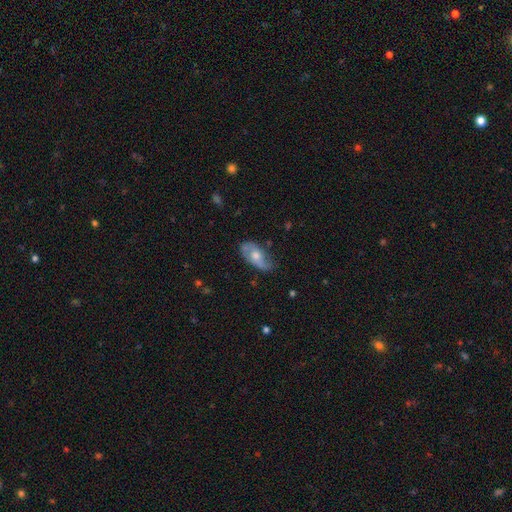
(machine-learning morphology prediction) This appears to be a featured or disk galaxy (62%) with no bar (69%), spiral arms (79%) and a moderate central bulge (67%). Merging: none (64%).